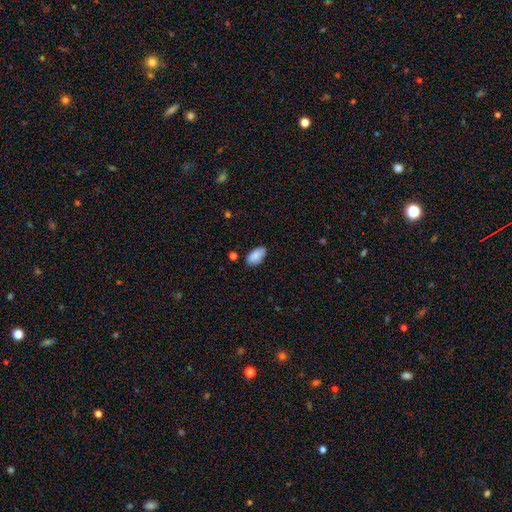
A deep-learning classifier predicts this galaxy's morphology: Smooth or featured?
  - smooth: 88% *
  - star or artifact: 7%
  - featured or disk: 5%
How rounded?
  - in between: 94% *
  - round: 3%
  - cigar-shaped: 2%
Merging?
  - none: 80% *
  - minor disturbance: 15%
  - major disturbance: 3%
  - merger: 2%